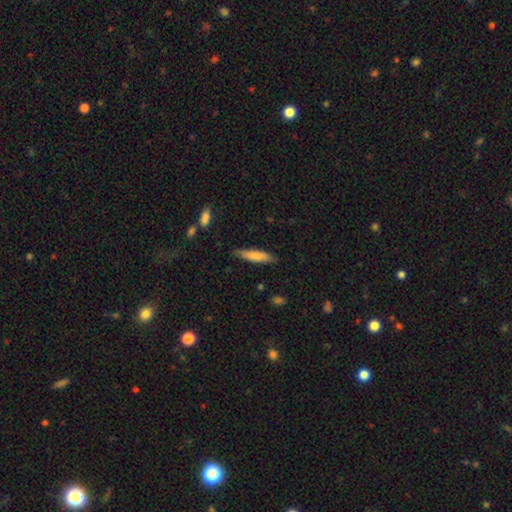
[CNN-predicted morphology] type=smooth (75%); roundness=cigar-shaped (80%); merging=none (84%).